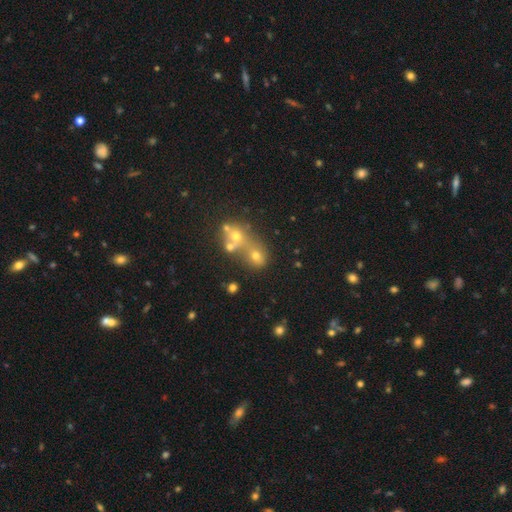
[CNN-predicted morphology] This is possibly a smooth galaxy (60%). How rounded: possibly round (58%). Merging: possibly merger (58%).